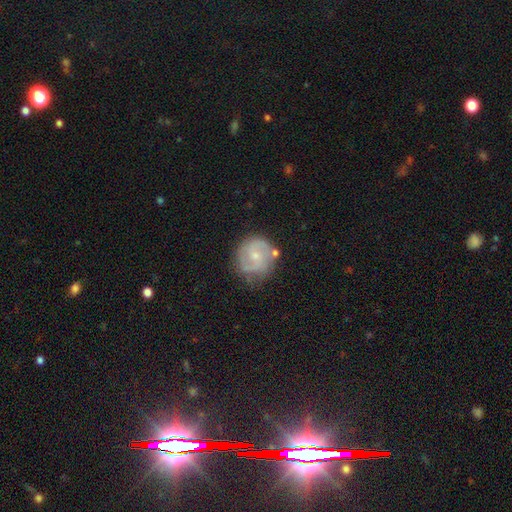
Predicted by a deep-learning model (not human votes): featured or disk 67%, smooth 26%, star or artifact 7%. Down the decision tree: edge-on disk — no (98%); bar — no (55%); spiral arms — yes (87%); spiral arm count — 2 (71%); spiral winding — medium (45%); bulge size — small (65%); merging — none (70%).